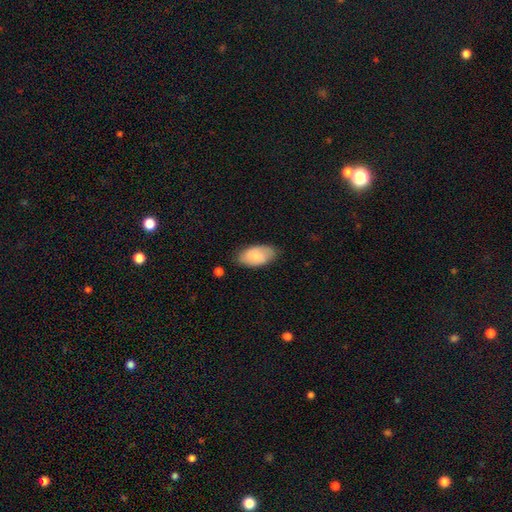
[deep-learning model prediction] This appears to be a smooth galaxy with no disk features (74%) that is in between round and cigar-shaped (95%). Merging: none (77%).